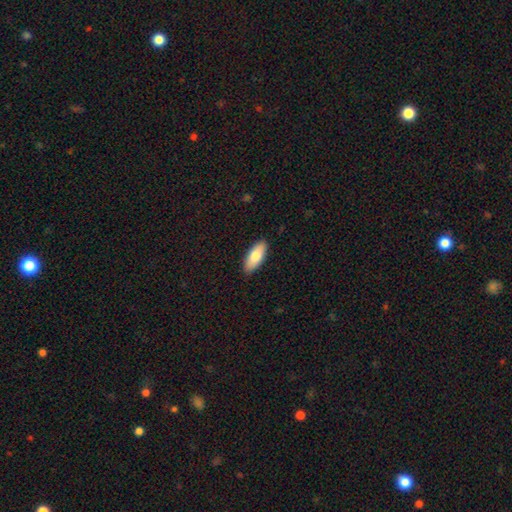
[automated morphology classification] The model was most divided on "how rounded": in between: 81%, cigar-shaped: 17%, round: 2%. More confident: merging — none (89%); smooth or featured — smooth (80%).